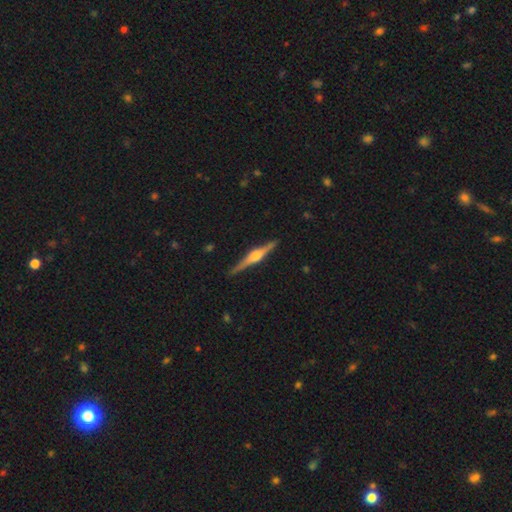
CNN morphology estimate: A featured or disk galaxy (82%) viewed edge-on (98%) with a rounded central bulge (88%).

Vote fractions:
- Smooth or featured? featured or disk: 82% / smooth: 13% / star or artifact: 5%
- Edge-on disk? yes: 98% / no: 2%
- Edge-on bulge? rounded: 88% / boxy: 9% / none: 3%
- Merging? none: 91% / minor disturbance: 7% / major disturbance: 1% / merger: 1%